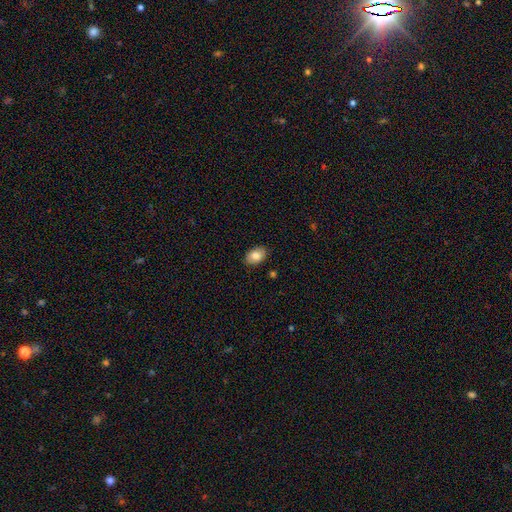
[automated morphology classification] Q: Smooth or featured?
A: smooth (81%); runner-up: featured or disk (11%)
Q: How rounded?
A: in between (84%); runner-up: round (15%)
Q: Merging?
A: none (88%); runner-up: minor disturbance (9%)